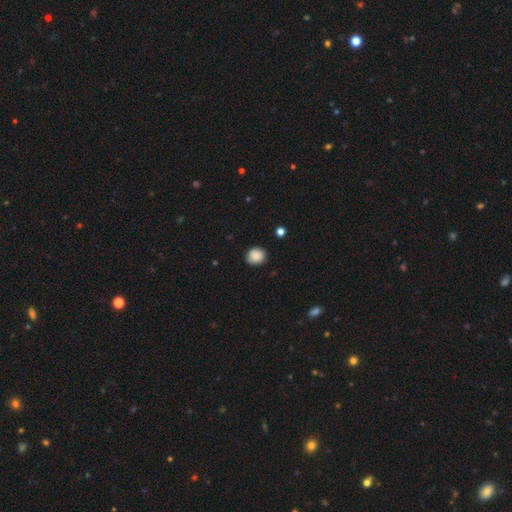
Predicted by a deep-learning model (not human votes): This appears to be a smooth galaxy with no disk features (88%) that is round (80%). Merging: none (84%).